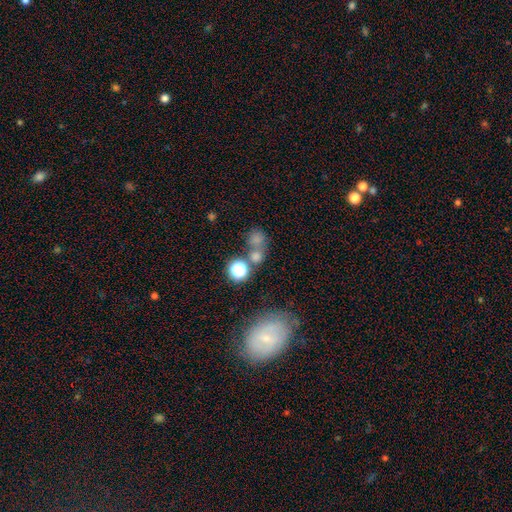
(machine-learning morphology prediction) Smooth or featured? smooth (62%)
How rounded? round (74%)
Merging? none (46%)